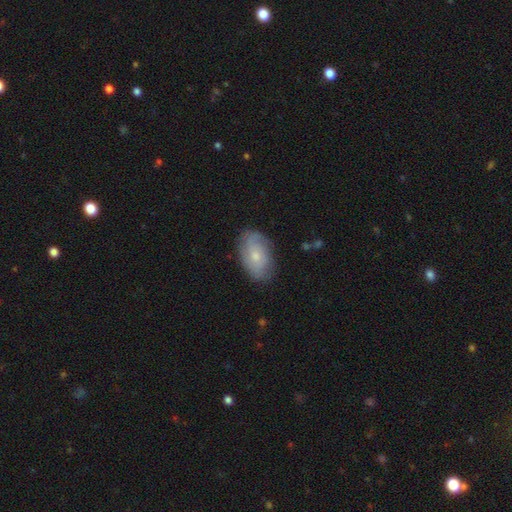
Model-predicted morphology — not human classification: Smooth or featured?
  - smooth: 55% *
  - featured or disk: 38%
  - star or artifact: 7%
How rounded?
  - in between: 91% *
  - round: 7%
  - cigar-shaped: 2%
Merging?
  - none: 76% *
  - minor disturbance: 19%
  - major disturbance: 4%
  - merger: 1%